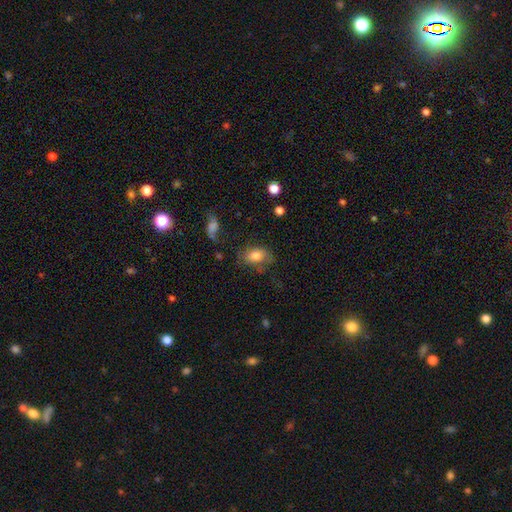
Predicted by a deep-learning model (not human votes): Smooth or featured? smooth (75%)
How rounded? in between (86%)
Merging? none (60%)